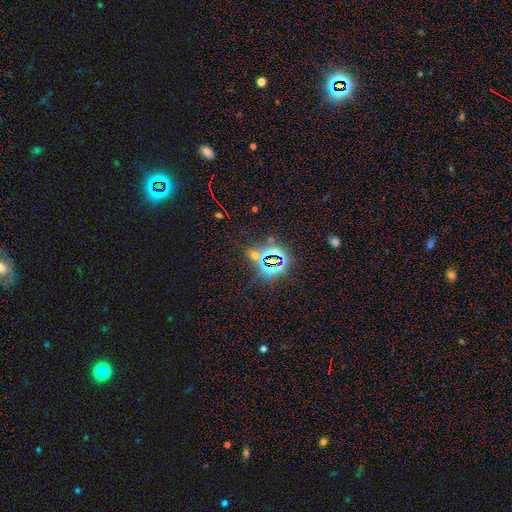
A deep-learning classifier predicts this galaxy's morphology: A star or artifact, not a galaxy (76%).

Vote fractions:
- Smooth or featured? star or artifact: 76% / smooth: 16% / featured or disk: 8%